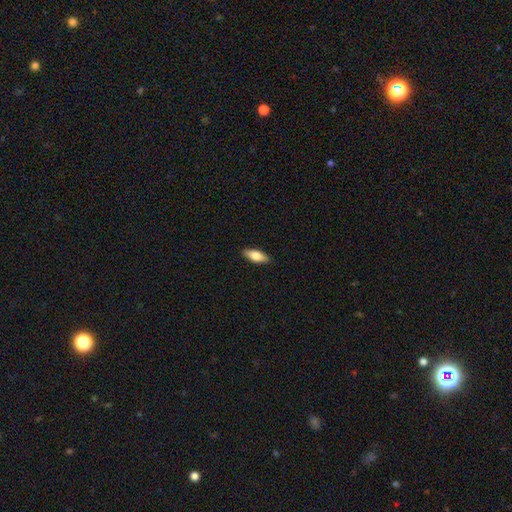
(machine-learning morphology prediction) A smooth galaxy with no disk features (76%) that is in between round and cigar-shaped (73%). Merging: none (88%).